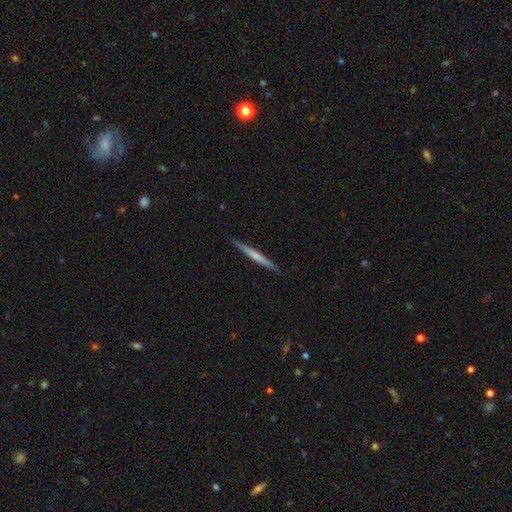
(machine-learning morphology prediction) type=smooth (51%); roundness=cigar-shaped (97%); merging=none (91%).